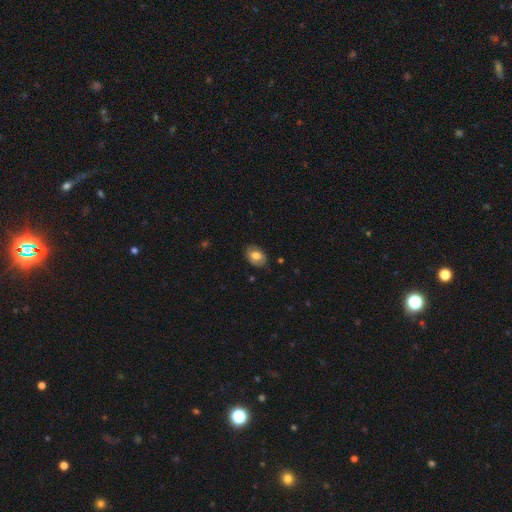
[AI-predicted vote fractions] Morphology: type=smooth (63%); roundness=in between (78%); merging=none (80%).